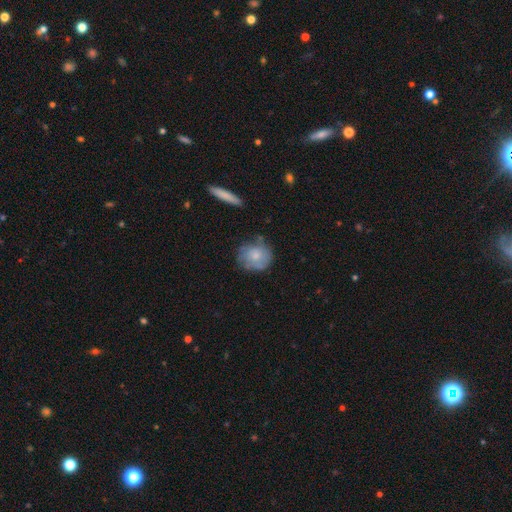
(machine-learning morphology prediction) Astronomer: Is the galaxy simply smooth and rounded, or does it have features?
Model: smooth — 61%.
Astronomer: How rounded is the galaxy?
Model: round — 80%.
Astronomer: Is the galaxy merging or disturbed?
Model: none — 63%.